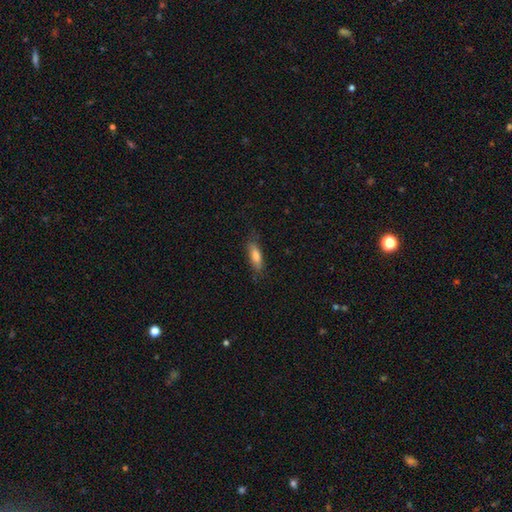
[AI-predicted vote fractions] A smooth galaxy with no disk features (76%) that is cigar-shaped (50%). Merging: none (74%).